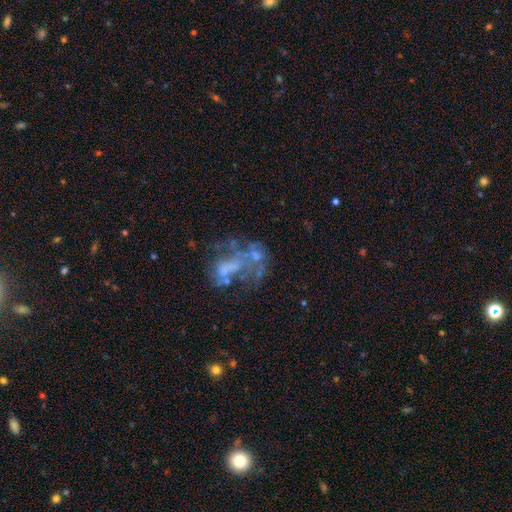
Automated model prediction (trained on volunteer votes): A featured or disk galaxy (62%) with no bar (86%), no spiral arms (88%) and no central bulge (66%). Merging: major disturbance (37%).